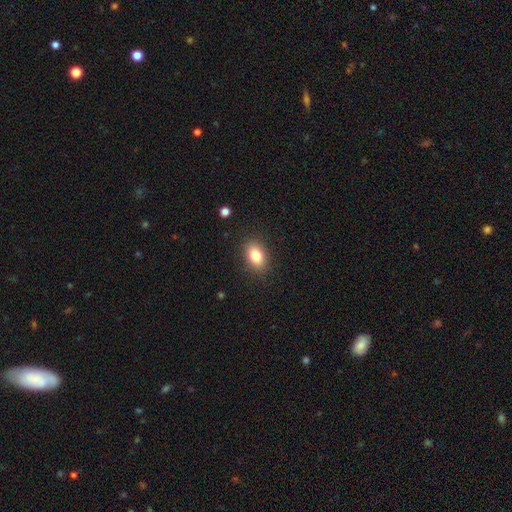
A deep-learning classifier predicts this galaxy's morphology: This is clearly a smooth galaxy (82%). How rounded: clearly in between (81%). Merging: clearly none (87%).